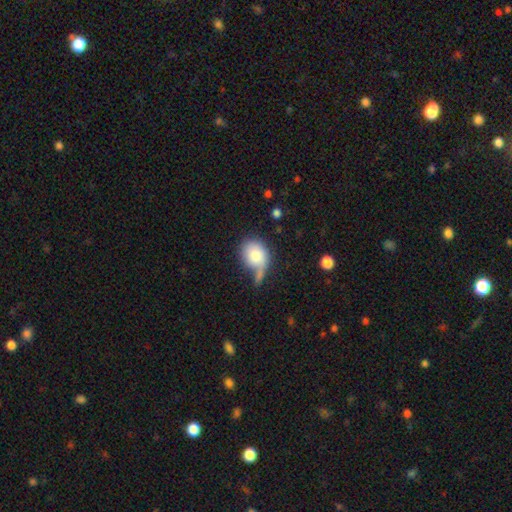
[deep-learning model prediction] Morphology: type=smooth (79%); roundness=round (58%); merging=none (36%).